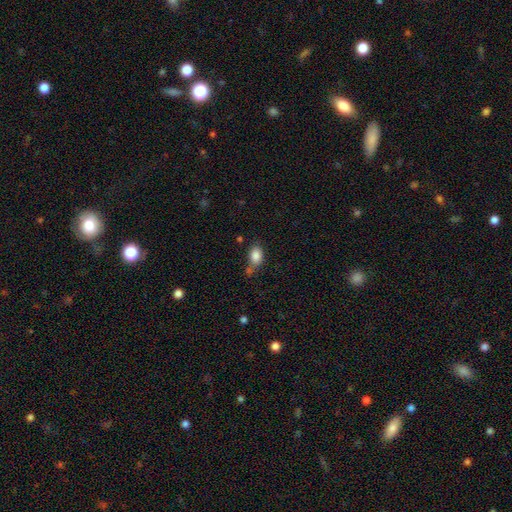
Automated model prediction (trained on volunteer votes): A smooth galaxy with no disk features (86%) that is in between round and cigar-shaped (84%).

Vote fractions:
- Smooth or featured? smooth: 86% / star or artifact: 8% / featured or disk: 6%
- How rounded? in between: 84% / round: 14% / cigar-shaped: 2%
- Merging? none: 55% / minor disturbance: 21% / merger: 17% / major disturbance: 7%